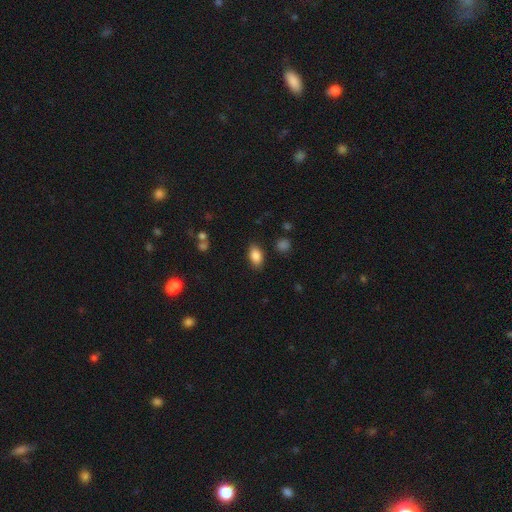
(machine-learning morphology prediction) This is clearly a smooth galaxy (85%). How rounded: clearly in between (89%). Merging: clearly none (85%).